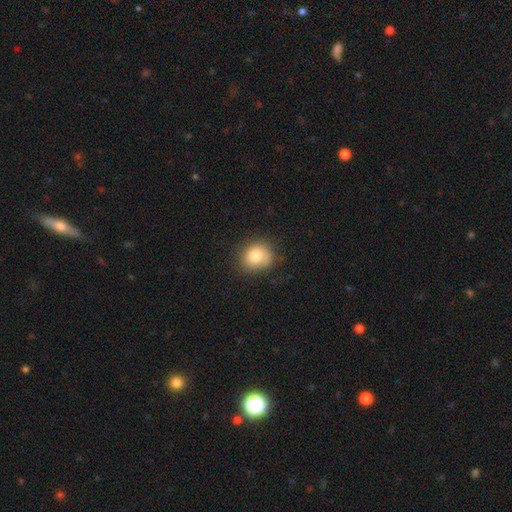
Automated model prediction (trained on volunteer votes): Smooth or featured? smooth (81%)
How rounded? round (72%)
Merging? none (74%)